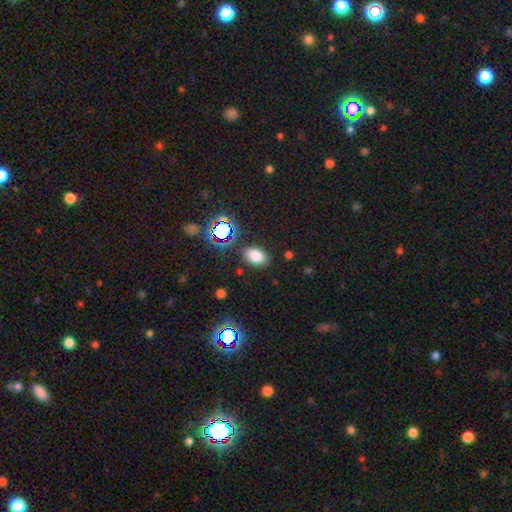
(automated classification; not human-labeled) This appears to be a smooth galaxy with no disk features (76%) that is in between round and cigar-shaped (83%). Merging: none (81%).